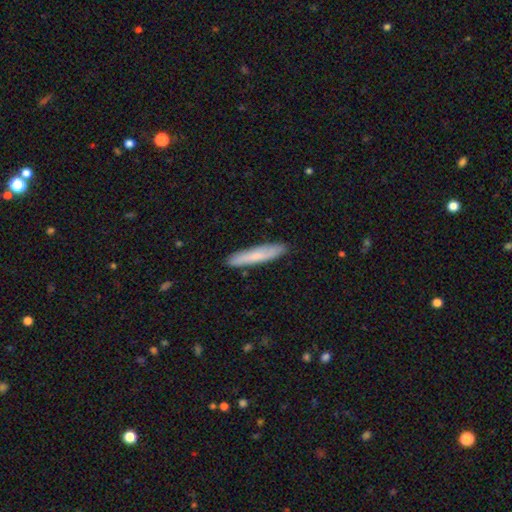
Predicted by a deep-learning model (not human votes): A smooth galaxy with no disk features (74%) that is cigar-shaped (91%). Merging: none (89%).